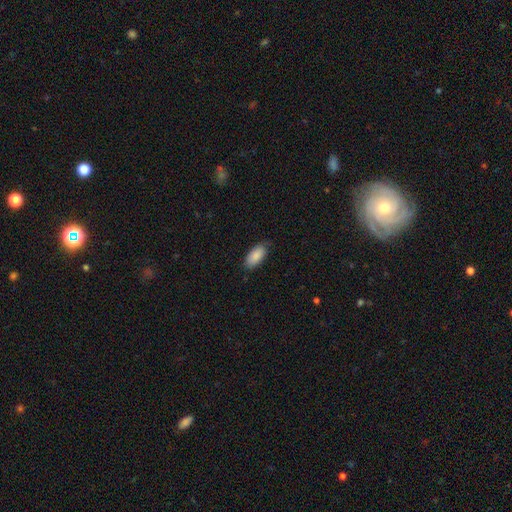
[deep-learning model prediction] smooth_or_featured: smooth (p=0.88) [alt: featured or disk p=0.06]
how_rounded: in between (p=0.91) [alt: cigar-shaped p=0.07]
merging: none (p=0.81) [alt: minor disturbance p=0.15]